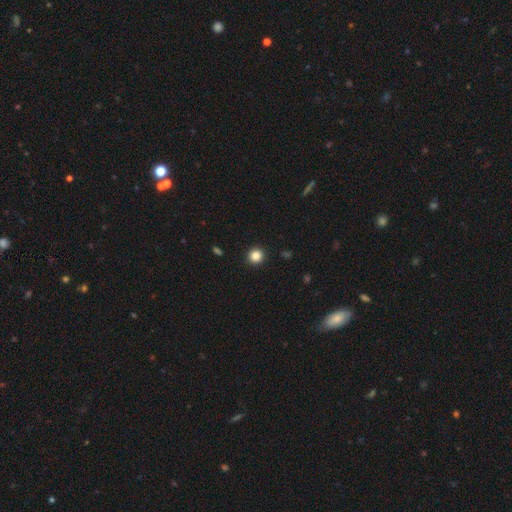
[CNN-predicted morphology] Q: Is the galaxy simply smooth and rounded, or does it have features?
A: smooth — 85%.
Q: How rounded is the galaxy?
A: round — 94%.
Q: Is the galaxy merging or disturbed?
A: none — 93%.